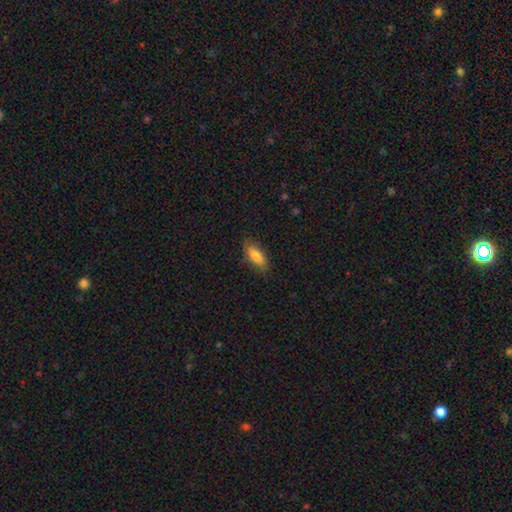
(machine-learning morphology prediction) smooth-or-featured: smooth: 75% | featured or disk: 18% | star or artifact: 7%
  how-rounded: in between: 72% | cigar-shaped: 26% | round: 2%
  merging: none: 81% | minor disturbance: 15% | major disturbance: 3% | merger: 1%